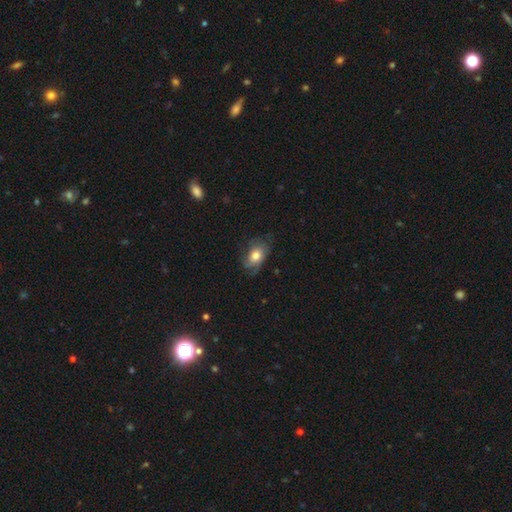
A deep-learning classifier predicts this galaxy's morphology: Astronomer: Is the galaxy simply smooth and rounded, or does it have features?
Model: smooth — 56% (runner-up: featured or disk, 35%).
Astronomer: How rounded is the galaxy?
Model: in between — 79%.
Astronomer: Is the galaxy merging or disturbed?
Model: none — 58%.